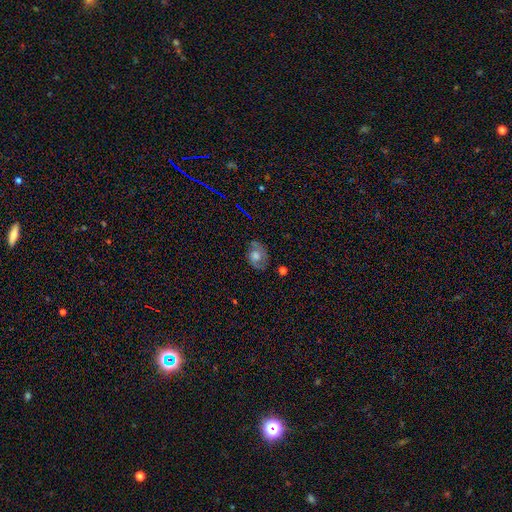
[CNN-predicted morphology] A featured or disk galaxy (51%). Merging: none (70%).